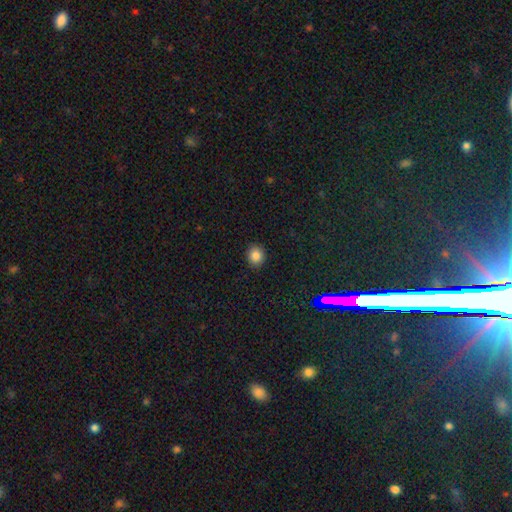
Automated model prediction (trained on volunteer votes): This is clearly a smooth galaxy (84%). How rounded: likely round (74%). Merging: clearly none (91%).